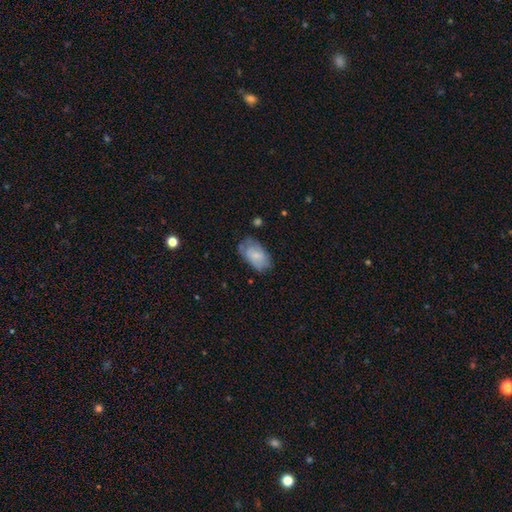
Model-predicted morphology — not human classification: A smooth galaxy with no disk features (67%) that is in between round and cigar-shaped (93%).

Vote fractions:
- Smooth or featured? smooth: 67% / featured or disk: 26% / star or artifact: 7%
- How rounded? in between: 93% / round: 6% / cigar-shaped: 2%
- Merging? none: 56% / minor disturbance: 31% / major disturbance: 10% / merger: 2%